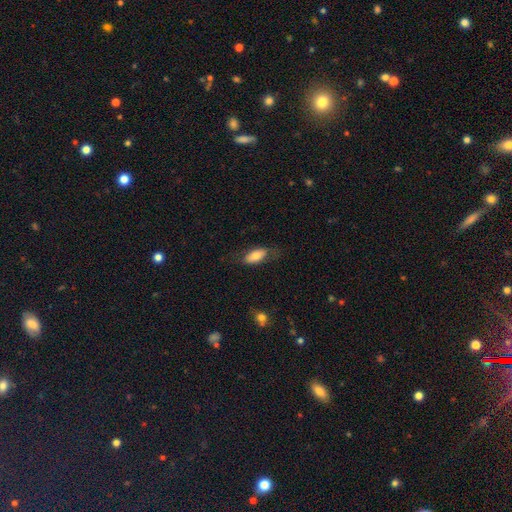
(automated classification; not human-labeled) Smooth or featured? smooth (72%)
How rounded? in between (86%)
Merging? none (68%)